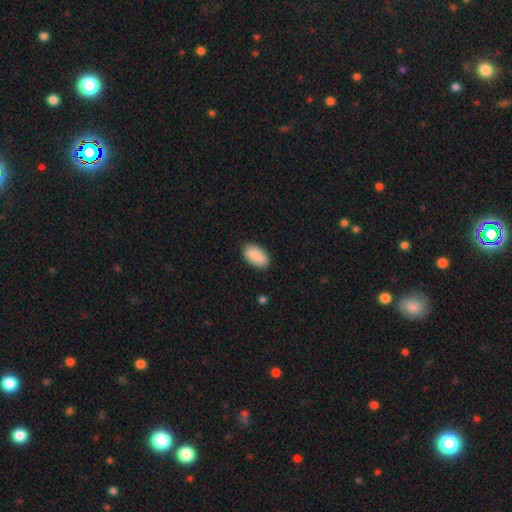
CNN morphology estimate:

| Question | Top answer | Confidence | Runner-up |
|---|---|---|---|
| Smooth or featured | smooth | 90% | star or artifact (6%) |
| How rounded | in between | 94% | round (3%) |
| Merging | none | 87% | minor disturbance (9%) |